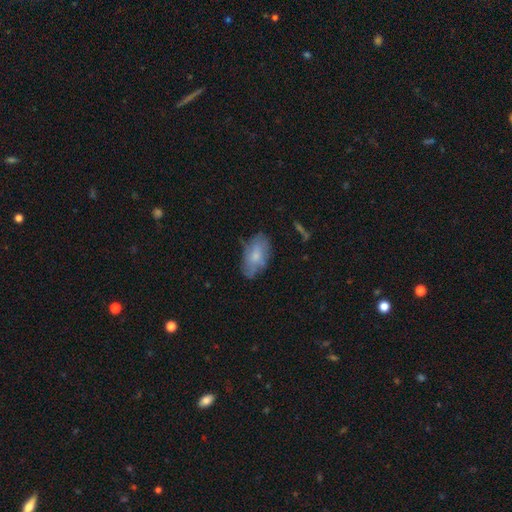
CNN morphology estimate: A smooth galaxy with no disk features (61%) that is in between round and cigar-shaped (92%).

Vote fractions:
- Smooth or featured? smooth: 61% / featured or disk: 32% / star or artifact: 7%
- How rounded? in between: 92% / round: 5% / cigar-shaped: 3%
- Merging? none: 64% / minor disturbance: 26% / major disturbance: 8% / merger: 2%